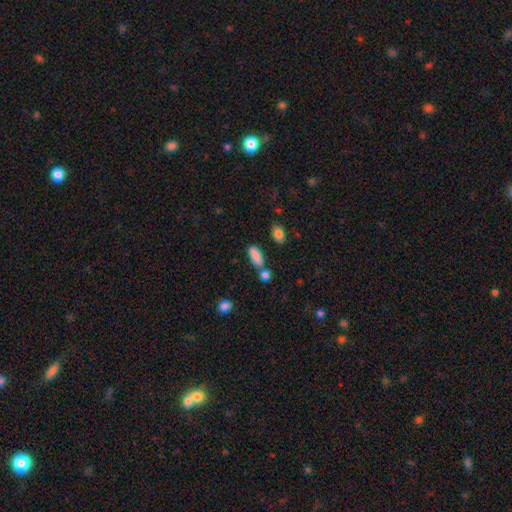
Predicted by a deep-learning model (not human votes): A smooth galaxy with no disk features (86%) that is in between round and cigar-shaped (74%). Merging: none (68%).